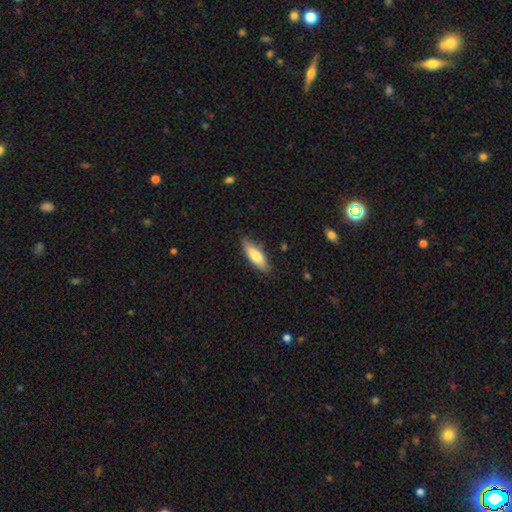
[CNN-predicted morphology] A smooth galaxy with no disk features (74%) that is in between round and cigar-shaped (54%).

Vote fractions:
- Smooth or featured? smooth: 74% / featured or disk: 20% / star or artifact: 6%
- How rounded? in between: 54% / cigar-shaped: 44% / round: 2%
- Merging? none: 83% / minor disturbance: 14% / major disturbance: 2% / merger: 1%